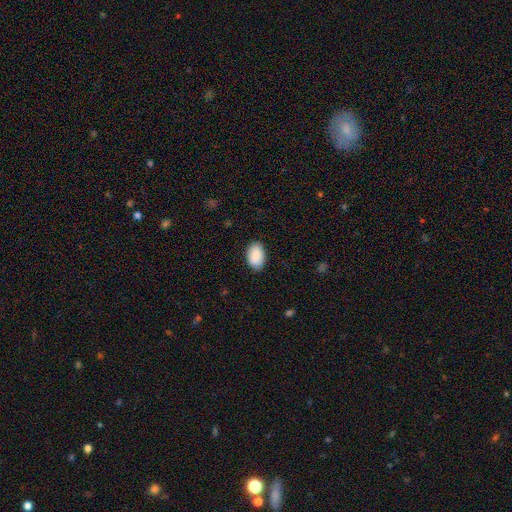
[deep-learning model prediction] A smooth galaxy with no disk features (89%) that is in between round and cigar-shaped (92%).

Vote fractions:
- Smooth or featured? smooth: 89% / star or artifact: 6% / featured or disk: 4%
- How rounded? in between: 92% / round: 7% / cigar-shaped: 1%
- Merging? none: 85% / minor disturbance: 12% / major disturbance: 2% / merger: 1%